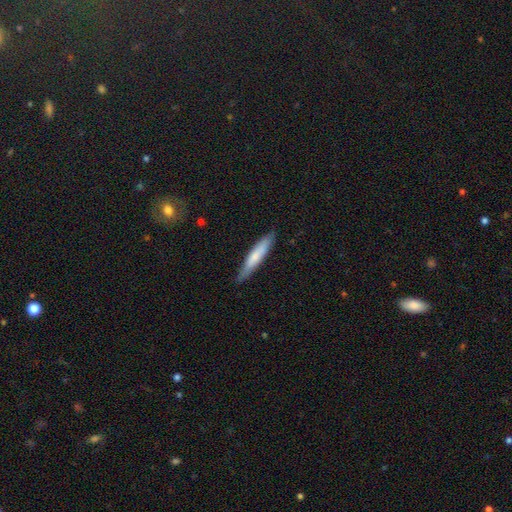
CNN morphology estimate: Overall: smooth (70%). How rounded: cigar-shaped (90%). Merging: none (85%).